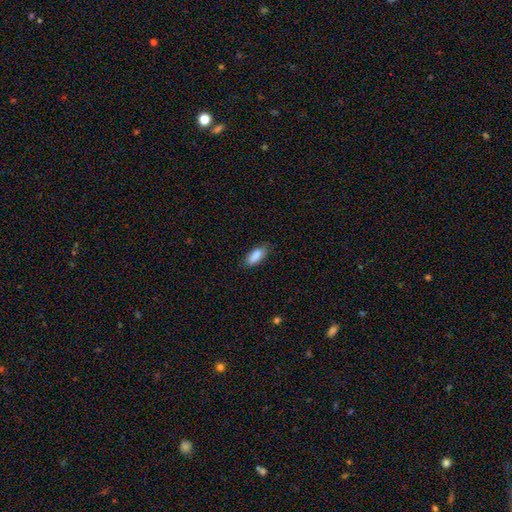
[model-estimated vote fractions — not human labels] smooth-or-featured: smooth: 88% | star or artifact: 7% | featured or disk: 6%
  how-rounded: in between: 76% | cigar-shaped: 22% | round: 2%
  merging: none: 79% | minor disturbance: 17% | major disturbance: 3% | merger: 1%